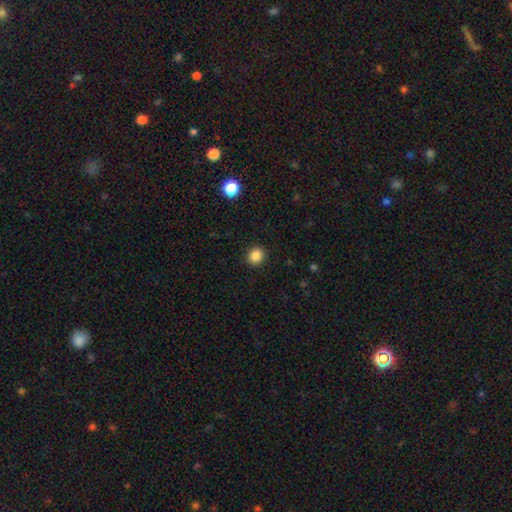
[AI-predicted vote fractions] smooth-or-featured: smooth: 86% | star or artifact: 11% | featured or disk: 3%
  how-rounded: round: 85% | in between: 14% | cigar-shaped: 1%
  merging: none: 92% | minor disturbance: 5% | major disturbance: 2% | merger: 1%